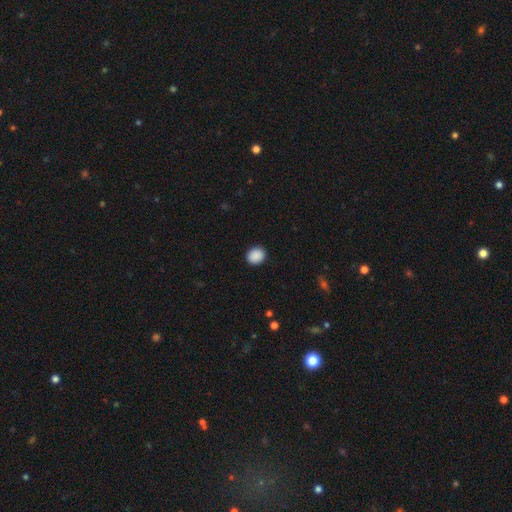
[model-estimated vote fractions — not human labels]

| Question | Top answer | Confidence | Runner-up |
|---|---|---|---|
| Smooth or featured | smooth | 90% | star or artifact (8%) |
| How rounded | round | 65% | in between (34%) |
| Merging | none | 91% | minor disturbance (6%) |